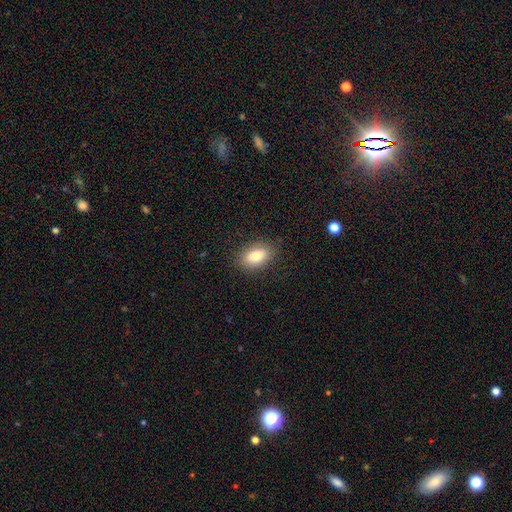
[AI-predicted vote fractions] This is clearly a smooth galaxy (83%). How rounded: clearly in between (89%). Merging: clearly none (86%).